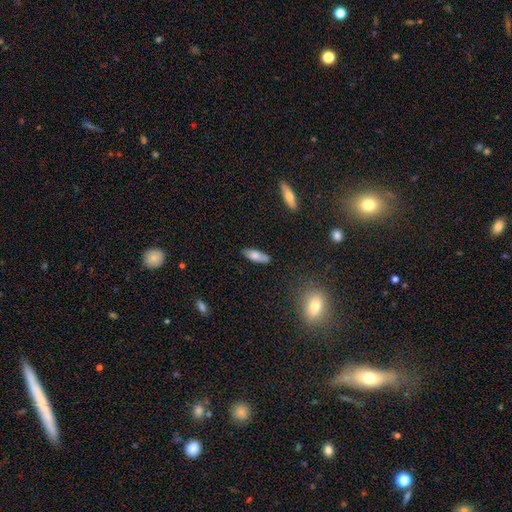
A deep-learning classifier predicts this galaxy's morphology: Smooth or featured? smooth (76%)
How rounded? in between (65%)
Merging? none (79%)